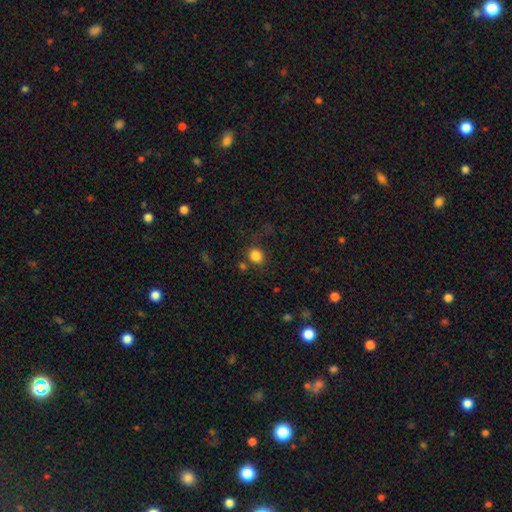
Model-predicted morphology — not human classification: A smooth galaxy with no disk features (84%) that is round (84%). Merging: none (77%).